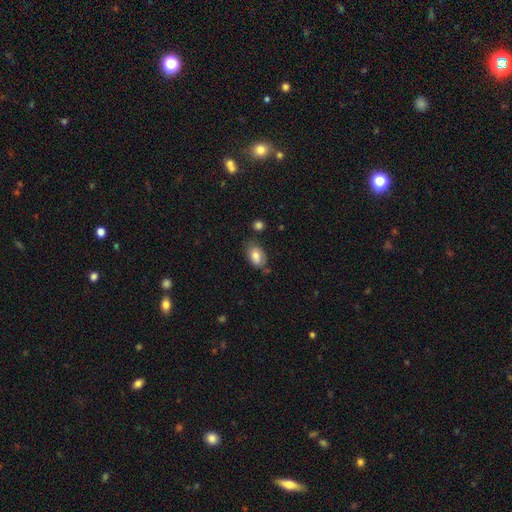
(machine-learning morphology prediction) This appears to be a smooth galaxy with no disk features (78%) that is in between round and cigar-shaped (89%). Merging: none (67%).